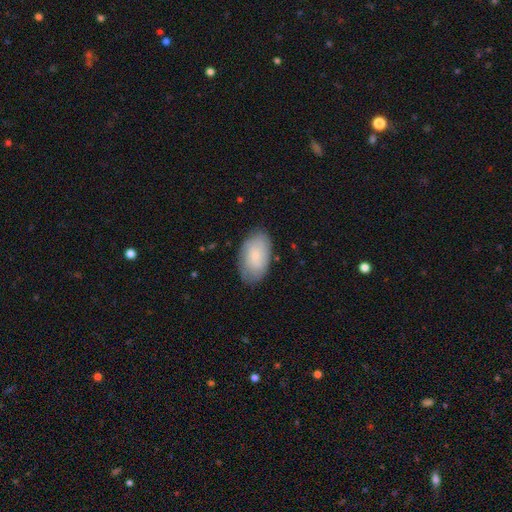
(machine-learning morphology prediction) Smooth or featured? Predicted: smooth (p=0.59). How rounded? Predicted: in between (p=0.93). Merging? Predicted: none (p=0.76).